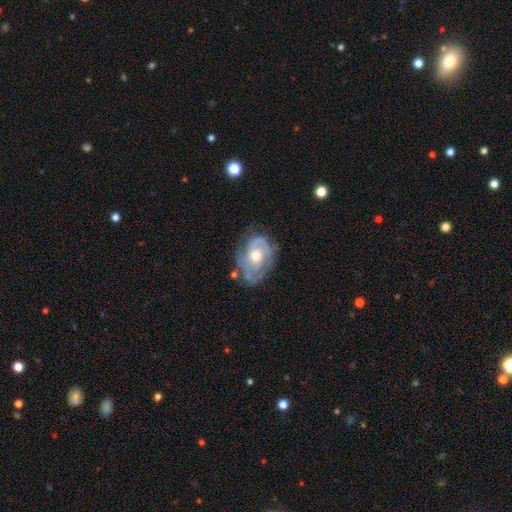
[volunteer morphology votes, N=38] type=featured or disk (87%); edge-on=no (94%); bar=no (65%); spiral arms=yes (97%); winding=tight (73%); arm count=2 (40%); bulge=small (61%); merging=none (57%).